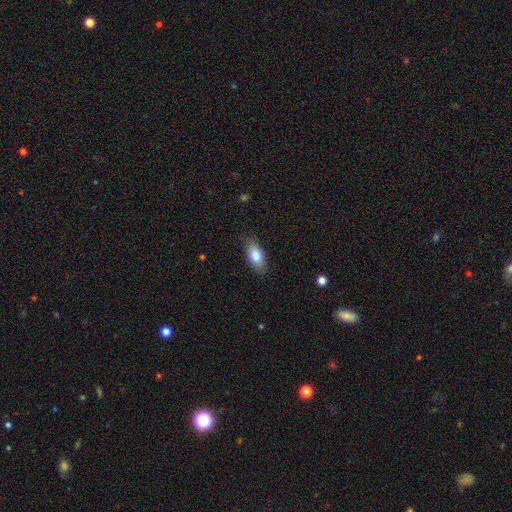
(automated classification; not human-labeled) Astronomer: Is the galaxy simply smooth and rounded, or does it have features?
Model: smooth — 83%.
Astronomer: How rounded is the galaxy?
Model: in between — 90%.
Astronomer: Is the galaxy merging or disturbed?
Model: none — 82%.